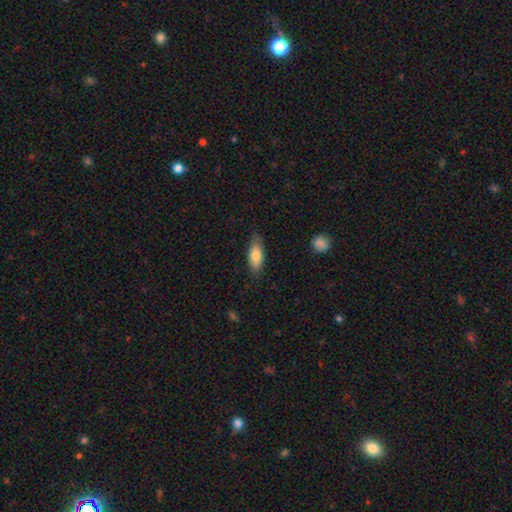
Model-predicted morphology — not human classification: A smooth galaxy with no disk features (76%) that is in between round and cigar-shaped (74%).

Vote fractions:
- Smooth or featured? smooth: 76% / featured or disk: 18% / star or artifact: 6%
- How rounded? in between: 74% / cigar-shaped: 24% / round: 2%
- Merging? none: 79% / minor disturbance: 17% / major disturbance: 3% / merger: 1%